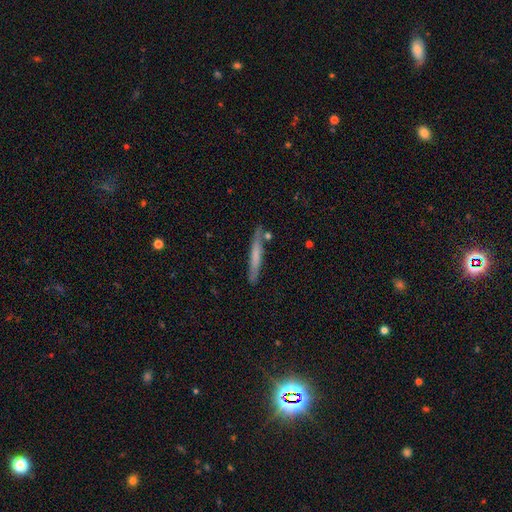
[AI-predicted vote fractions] smooth_or_featured: smooth (p=0.56) [alt: featured or disk p=0.38]
how_rounded: cigar-shaped (p=0.96) [alt: in between p=0.03]
merging: none (p=0.80) [alt: minor disturbance p=0.13]